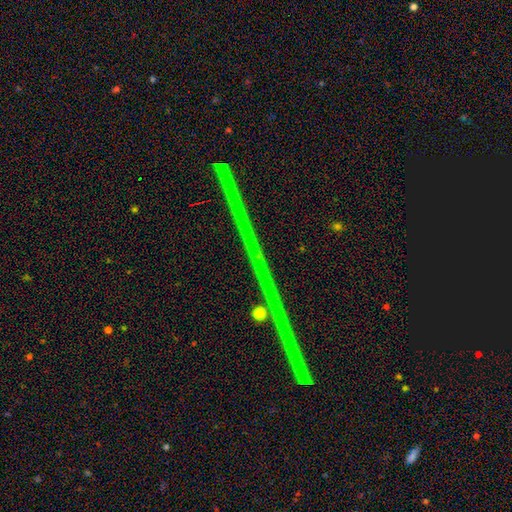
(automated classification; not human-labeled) smooth-or-featured: star or artifact: 83% | featured or disk: 11% | smooth: 7%